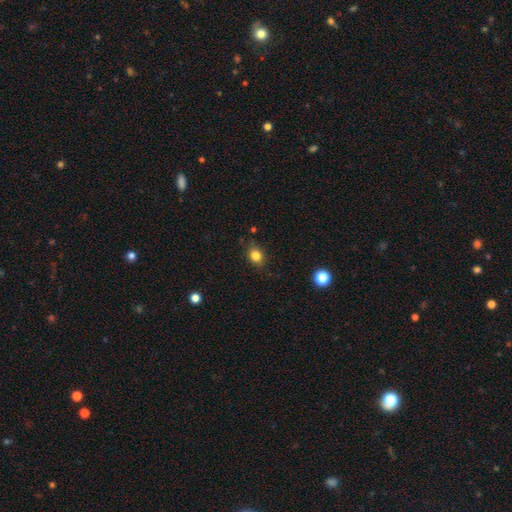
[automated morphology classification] Smooth or featured? smooth (83%)
How rounded? round (51%)
Merging? none (80%)